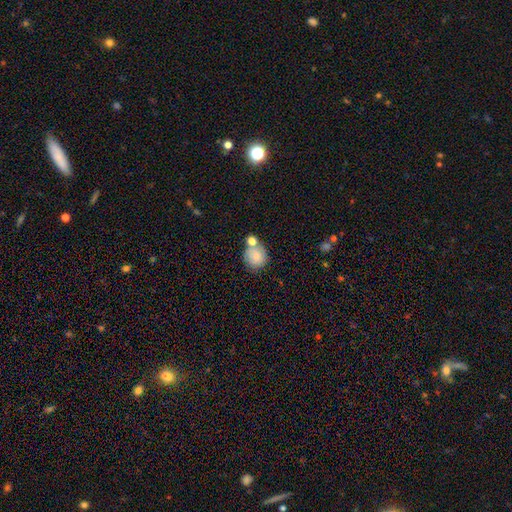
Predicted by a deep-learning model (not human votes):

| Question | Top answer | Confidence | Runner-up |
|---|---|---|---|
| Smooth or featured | smooth | 78% | featured or disk (13%) |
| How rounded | round | 82% | in between (17%) |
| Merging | none | 52% | merger (30%) |